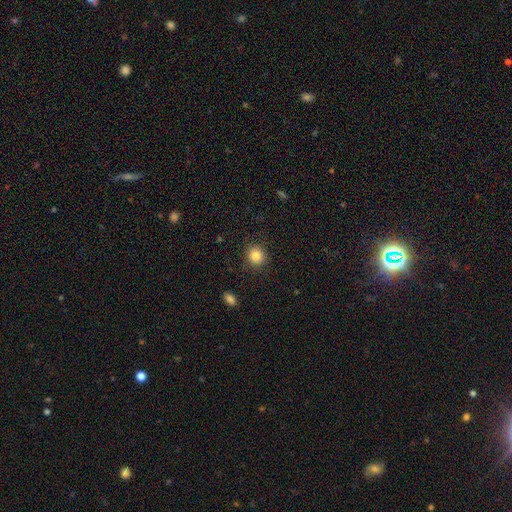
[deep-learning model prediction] A smooth galaxy with no disk features (85%) that is round (87%).

Vote fractions:
- Smooth or featured? smooth: 85% / star or artifact: 10% / featured or disk: 5%
- How rounded? round: 87% / in between: 12% / cigar-shaped: 1%
- Merging? none: 89% / minor disturbance: 7% / major disturbance: 3% / merger: 1%